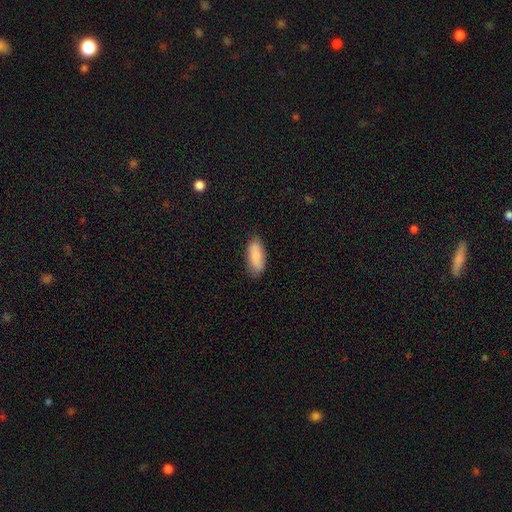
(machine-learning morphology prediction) A smooth galaxy with no disk features (85%) that is in between round and cigar-shaped (81%).

Vote fractions:
- Smooth or featured? smooth: 85% / featured or disk: 9% / star or artifact: 6%
- How rounded? in between: 81% / cigar-shaped: 17% / round: 2%
- Merging? none: 82% / minor disturbance: 14% / major disturbance: 3% / merger: 1%